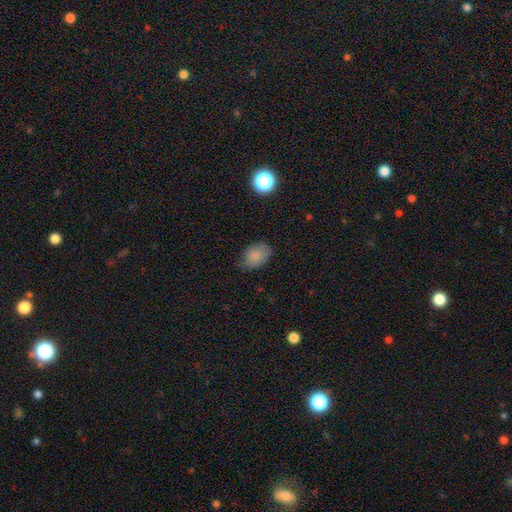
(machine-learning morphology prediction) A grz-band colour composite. It shows a smooth galaxy with no disk features (84%) that is in between round and cigar-shaped (77%). Merging: none (67%).